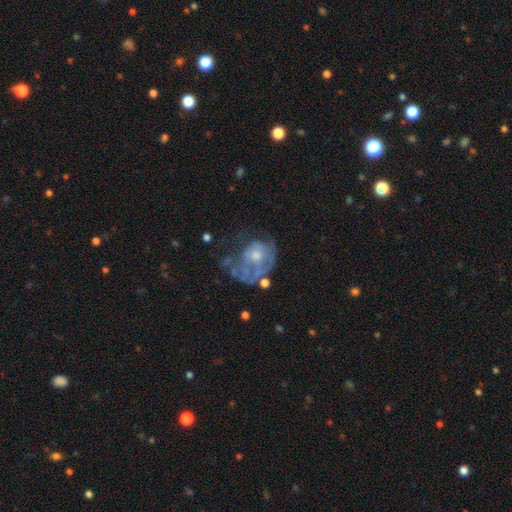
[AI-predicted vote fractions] smooth_or_featured: featured or disk (p=0.59) [alt: smooth p=0.29]
disk_edge_on: no (p=0.97) [alt: yes p=0.03]
bar: no (p=0.85) [alt: weak p=0.13]
has_spiral_arms: no (p=0.66) [alt: yes p=0.34]
bulge_size: moderate (p=0.49) [alt: small p=0.34]
merging: major disturbance (p=0.39) [alt: none p=0.31]